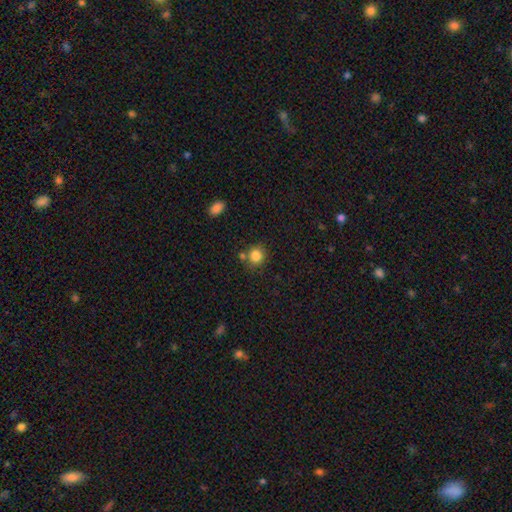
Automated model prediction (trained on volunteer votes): smooth-or-featured: smooth: 84% | star or artifact: 11% | featured or disk: 5%
  how-rounded: round: 85% | in between: 14% | cigar-shaped: 1%
  merging: none: 69% | merger: 15% | minor disturbance: 12% | major disturbance: 4%